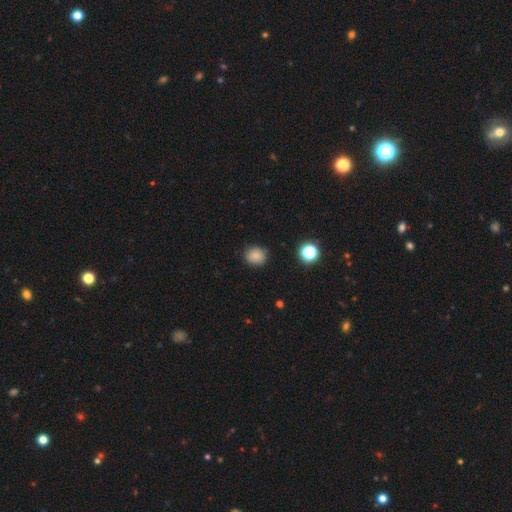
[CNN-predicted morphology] type=smooth (84%); roundness=round (80%); merging=none (84%).